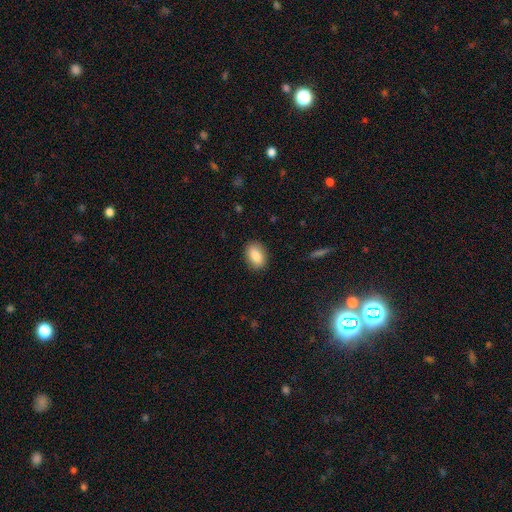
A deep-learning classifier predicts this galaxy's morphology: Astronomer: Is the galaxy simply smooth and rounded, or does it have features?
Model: smooth — 84%.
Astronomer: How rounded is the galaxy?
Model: in between — 82%.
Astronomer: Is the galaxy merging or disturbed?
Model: none — 88%.